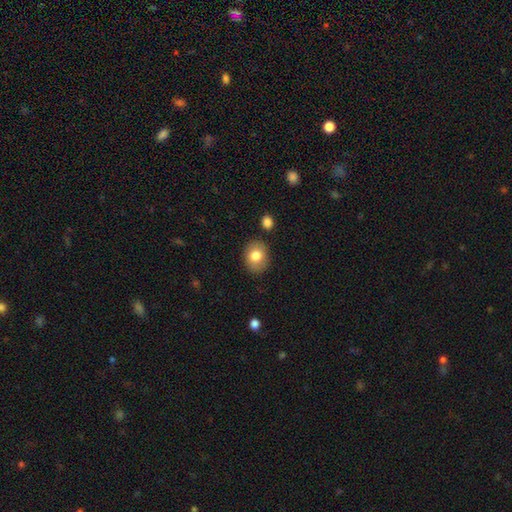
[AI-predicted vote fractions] The model was most divided on "how rounded": in between: 50%, round: 49%, cigar-shaped: 1%. More confident: merging — none (85%); smooth or featured — smooth (80%).